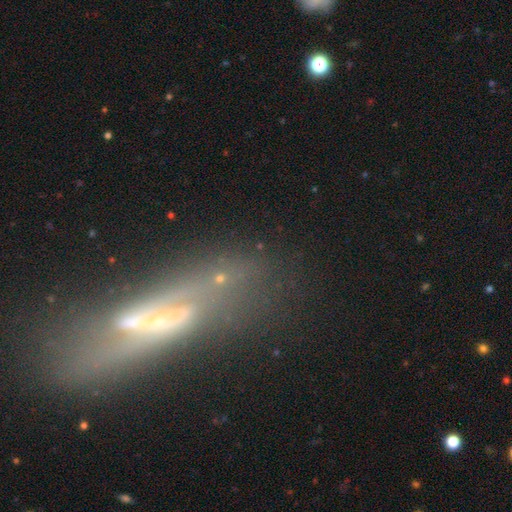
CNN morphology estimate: Smooth or featured? featured or disk (66%)
Edge-on disk? no (58%)
Merging? none (54%)